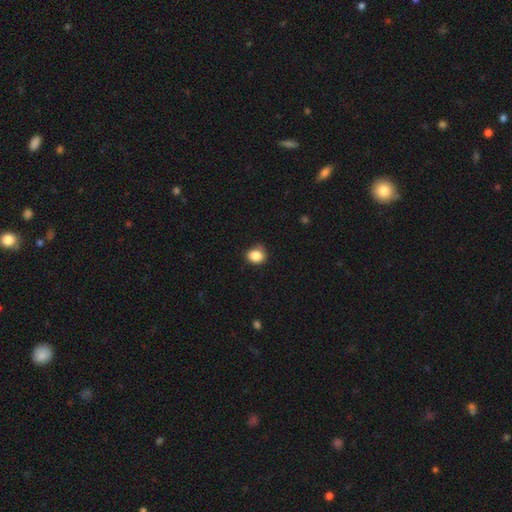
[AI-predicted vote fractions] Morphology: type=smooth (85%); roundness=round (64%); merging=none (72%).